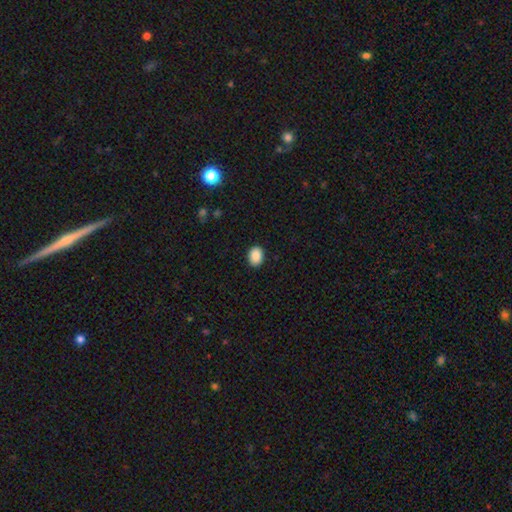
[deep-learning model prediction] Smooth or featured? Predicted: smooth (p=0.90). How rounded? Predicted: in between (p=0.68). Merging? Predicted: none (p=0.90).